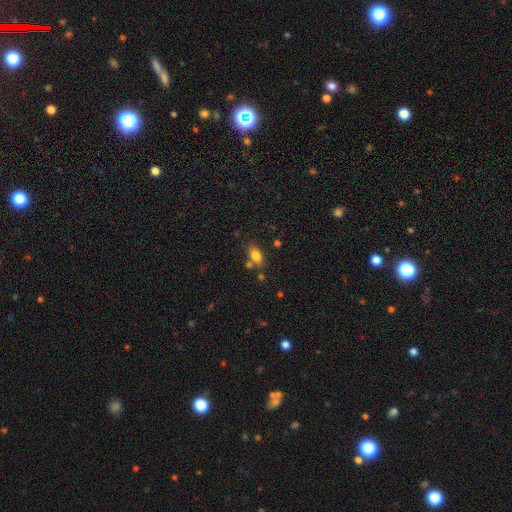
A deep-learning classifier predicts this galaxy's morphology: A smooth galaxy with no disk features (80%) that is in between round and cigar-shaped (87%).

Vote fractions:
- Smooth or featured? smooth: 80% / featured or disk: 10% / star or artifact: 10%
- How rounded? in between: 87% / round: 7% / cigar-shaped: 6%
- Merging? none: 68% / minor disturbance: 15% / merger: 13% / major disturbance: 4%